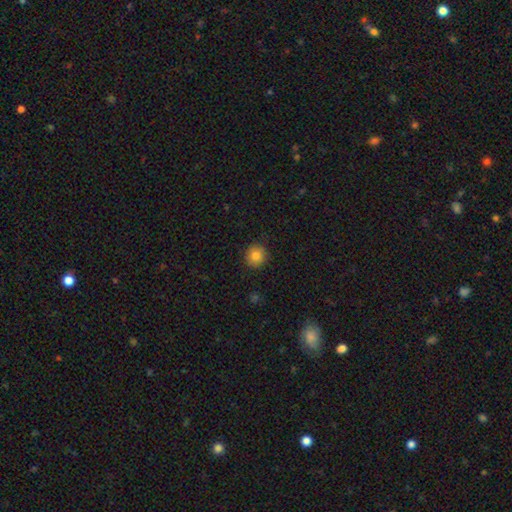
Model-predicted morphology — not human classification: Q: Smooth or featured?
A: smooth (83%); runner-up: star or artifact (11%)
Q: How rounded?
A: round (91%); runner-up: in between (8%)
Q: Merging?
A: none (90%); runner-up: minor disturbance (7%)